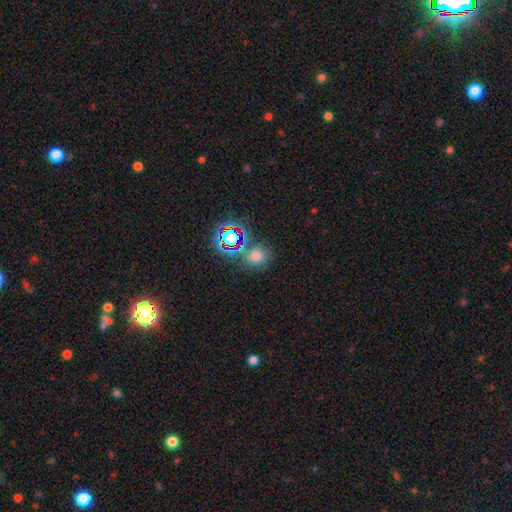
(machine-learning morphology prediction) smooth_or_featured: smooth (p=0.62) [alt: star or artifact p=0.30]
how_rounded: round (p=0.77) [alt: in between p=0.21]
merging: none (p=0.68) [alt: merger p=0.15]